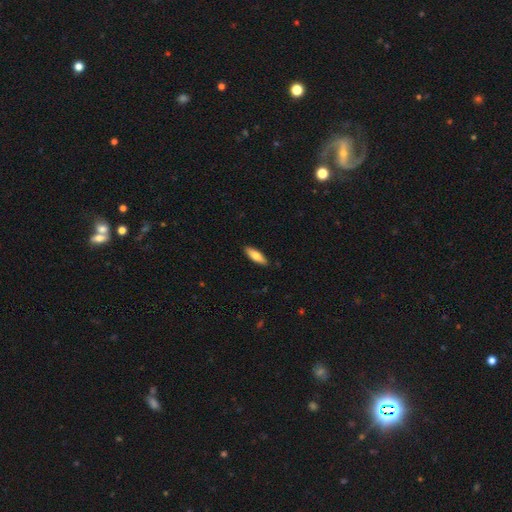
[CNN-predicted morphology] Smooth or featured: smooth — 75% (featured or disk — 20%)
How rounded: cigar-shaped — 51% (in between — 48%)
Merging: none — 89% (minor disturbance — 8%)